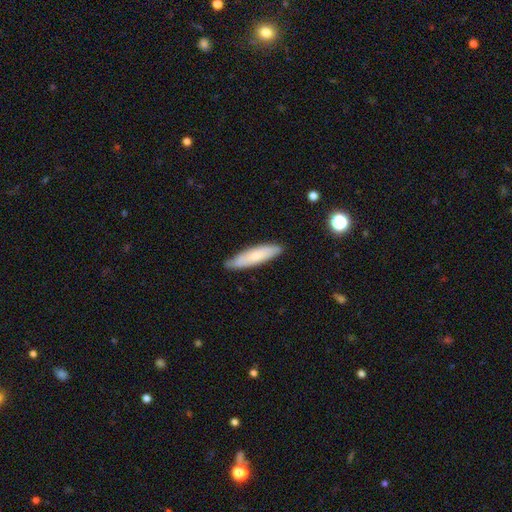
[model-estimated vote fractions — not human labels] Overall: smooth (69%). How rounded: cigar-shaped (75%). Merging: none (82%).